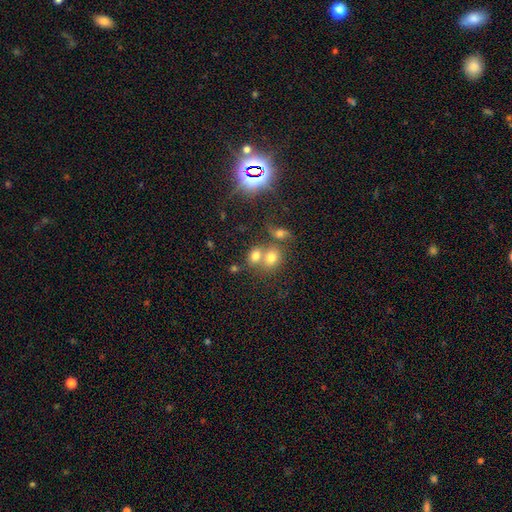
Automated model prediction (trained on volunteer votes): smooth-or-featured: smooth: 68% | star or artifact: 18% | featured or disk: 14%
  how-rounded: round: 57% | in between: 42% | cigar-shaped: 1%
  merging: merger: 51% | none: 36% | minor disturbance: 8% | major disturbance: 5%